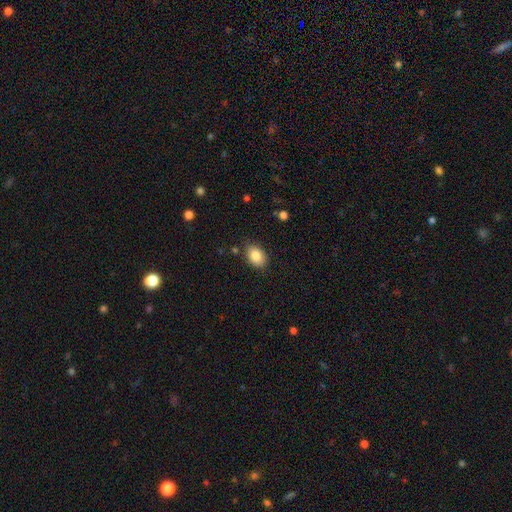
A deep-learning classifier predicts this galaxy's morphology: type=smooth (85%); roundness=in between (79%); merging=none (82%).